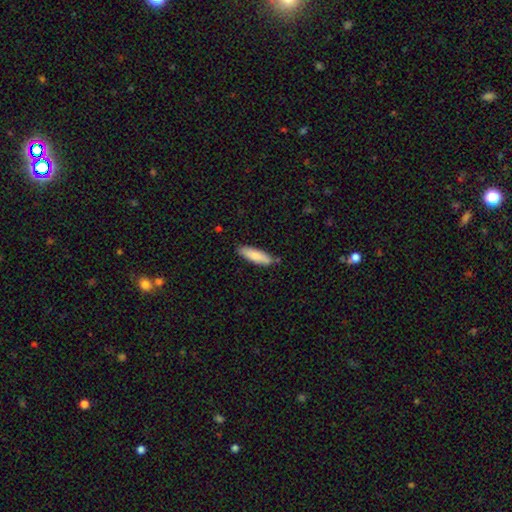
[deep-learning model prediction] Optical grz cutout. It shows a smooth galaxy with no disk features (84%) that is cigar-shaped (58%). Merging: none (81%).